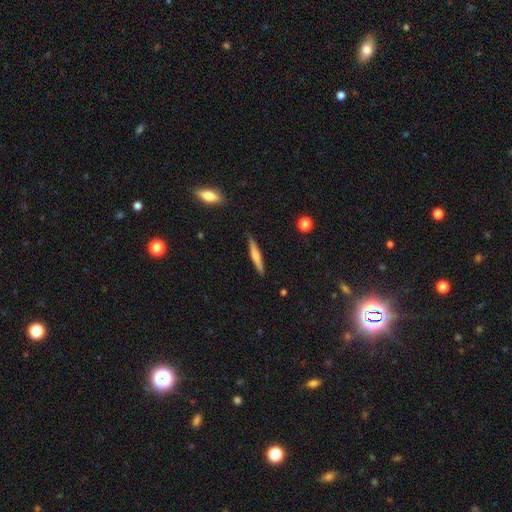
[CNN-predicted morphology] Smooth or featured?
  - smooth: 57% *
  - featured or disk: 37%
  - star or artifact: 6%
How rounded?
  - cigar-shaped: 93% *
  - in between: 6%
  - round: 2%
Merging?
  - none: 88% *
  - minor disturbance: 9%
  - major disturbance: 2%
  - merger: 1%